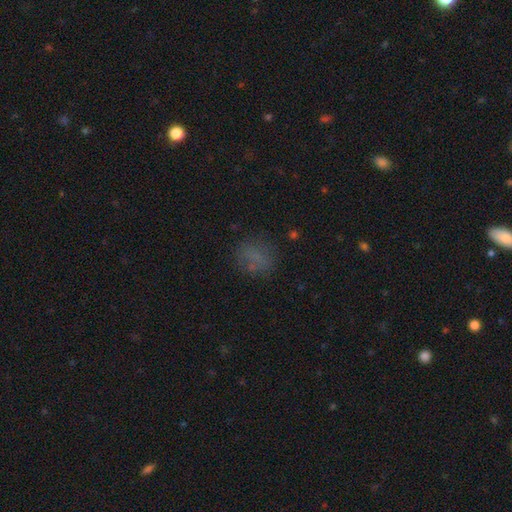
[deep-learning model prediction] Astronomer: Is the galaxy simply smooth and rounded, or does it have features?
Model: smooth — 63%.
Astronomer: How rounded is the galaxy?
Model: round — 64%.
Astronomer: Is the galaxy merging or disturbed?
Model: none — 74%.